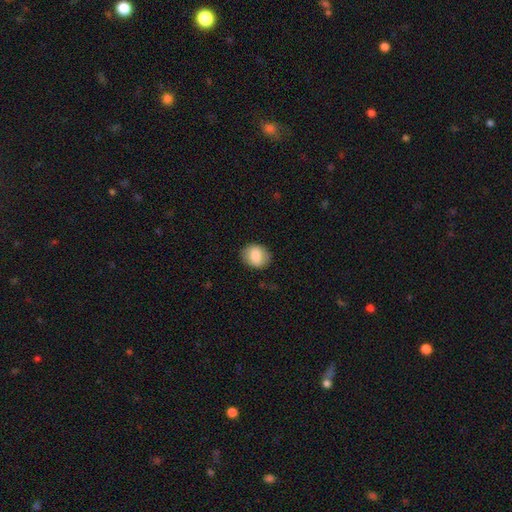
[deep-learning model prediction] This appears to be a smooth galaxy with no disk features (81%) that is round (50%). Merging: none (85%).